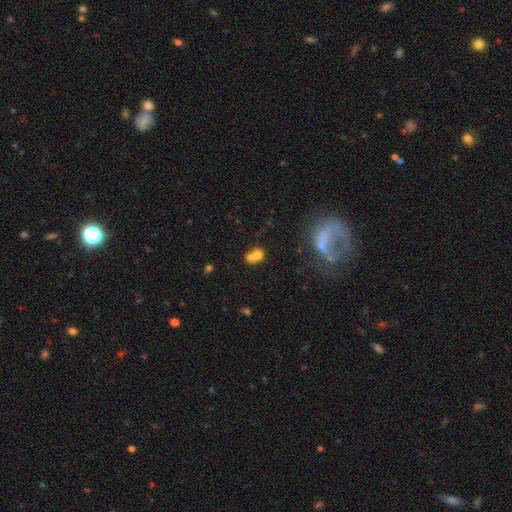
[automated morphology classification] Q: Smooth or featured?
A: smooth (68%); runner-up: featured or disk (19%)
Q: How rounded?
A: round (49%); tied with: in between (49%)
Q: Merging?
A: merger (65%); runner-up: none (23%)